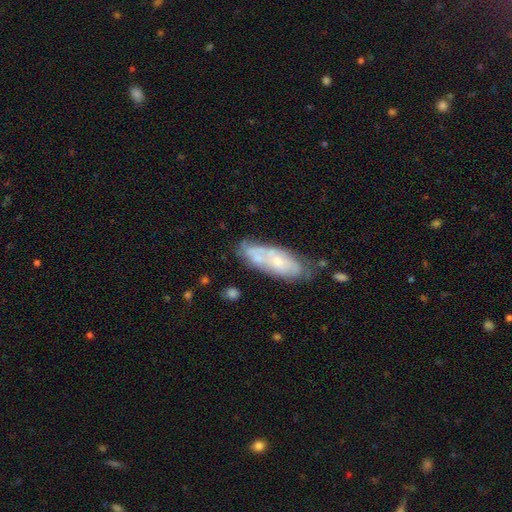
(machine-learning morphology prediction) Smooth or featured?
  - featured or disk: 50% *
  - smooth: 43%
  - star or artifact: 7%
Edge-on disk?
  - no: 88% *
  - yes: 12%
Merging?
  - none: 45% *
  - minor disturbance: 26%
  - merger: 16%
  - major disturbance: 13%